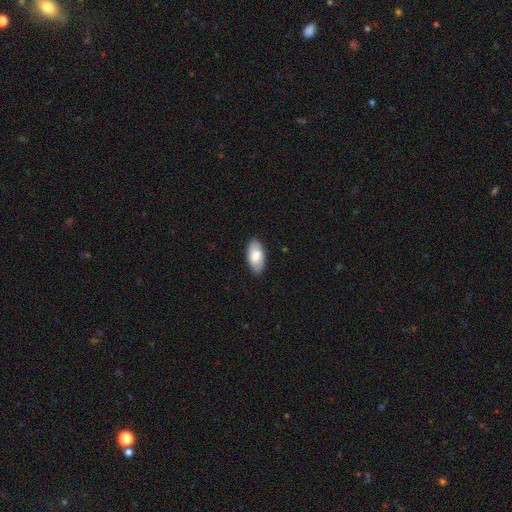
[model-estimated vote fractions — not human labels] smooth 79%, featured or disk 16%, star or artifact 6%. Down the decision tree: how rounded — in between (94%); merging — none (87%).